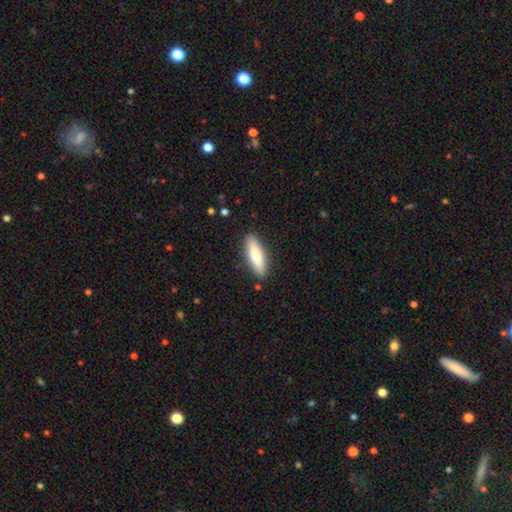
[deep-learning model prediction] smooth 77%, featured or disk 17%, star or artifact 5%. Down the decision tree: how rounded — cigar-shaped (57%); merging — none (87%).